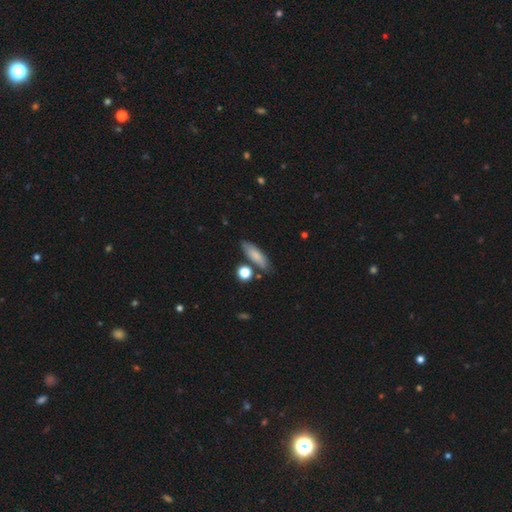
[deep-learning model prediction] smooth-or-featured: smooth: 77% | featured or disk: 15% | star or artifact: 7%
  how-rounded: cigar-shaped: 50% | in between: 46% | round: 4%
  merging: none: 74% | minor disturbance: 15% | merger: 7% | major disturbance: 4%